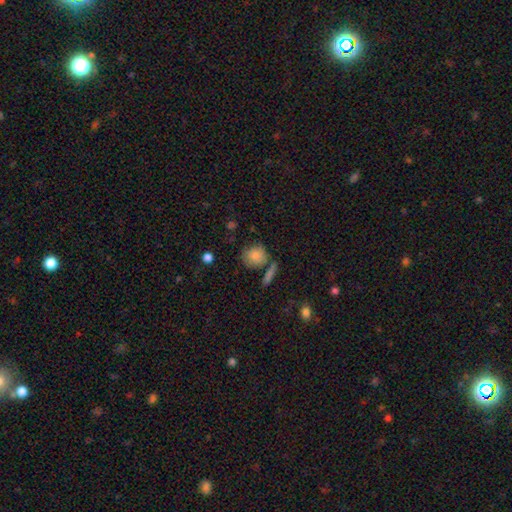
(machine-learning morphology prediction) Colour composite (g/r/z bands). It shows a smooth galaxy with no disk features (83%) that is round (78%). Merging: none (65%).